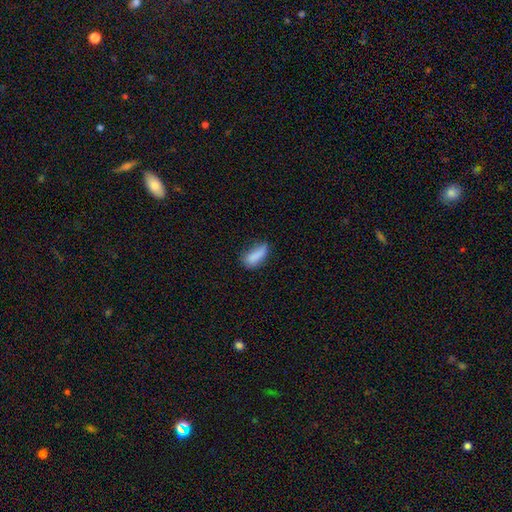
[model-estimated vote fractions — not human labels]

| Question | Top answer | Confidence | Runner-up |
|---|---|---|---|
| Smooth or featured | smooth | 82% | featured or disk (9%) |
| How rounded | in between | 68% | cigar-shaped (30%) |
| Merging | none | 51% | minor disturbance (33%) |